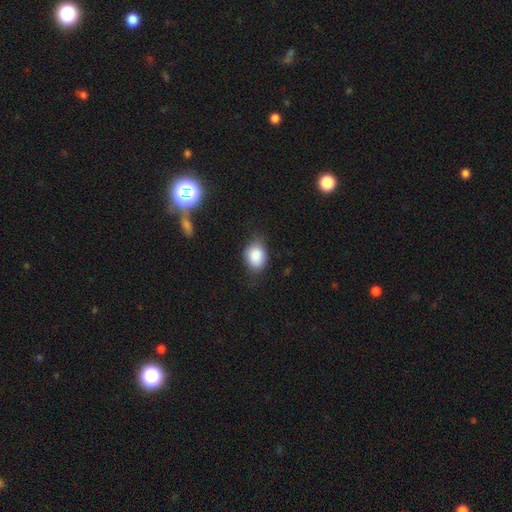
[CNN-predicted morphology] Smooth or featured? Predicted: smooth (p=0.86). How rounded? Predicted: in between (p=0.66). Merging? Predicted: none (p=0.68).